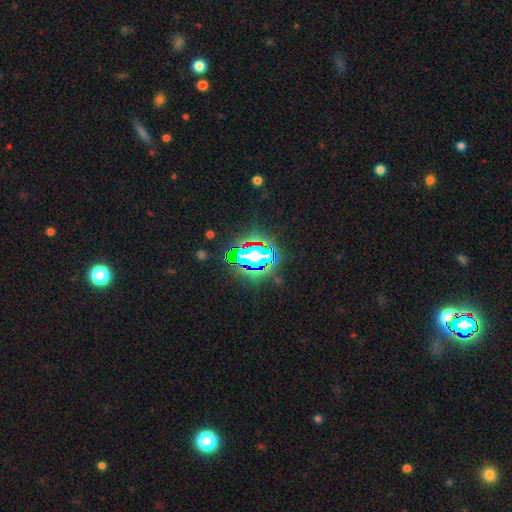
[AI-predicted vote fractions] Morphology: type=star or artifact (67%).